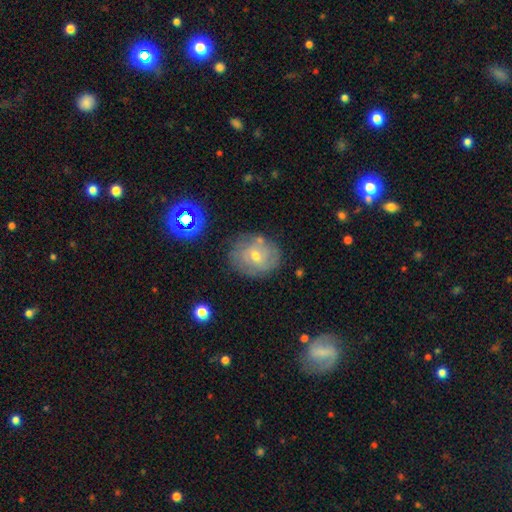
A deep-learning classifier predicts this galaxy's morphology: Overall: featured or disk (55%; smooth 33%). Edge-on disk: no (96%). Bar: no (65%; weak 29%). Spiral arms: yes (71%). Bulge size: moderate (49%; small 47%). Merging: none (73%).